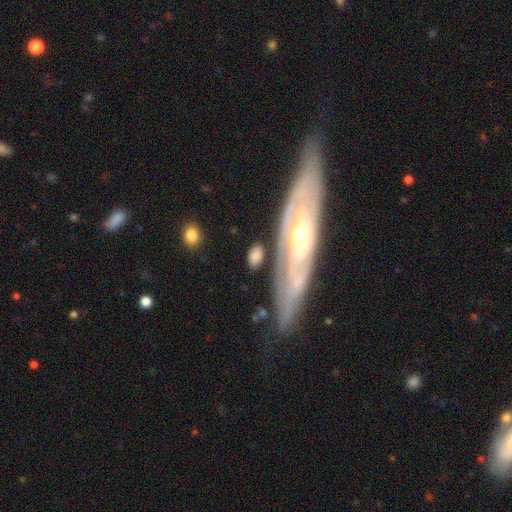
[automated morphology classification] smooth_or_featured: smooth (p=0.65) [alt: featured or disk p=0.29]
how_rounded: in between (p=0.75) [alt: round p=0.14]
merging: none (p=0.76) [alt: minor disturbance p=0.13]